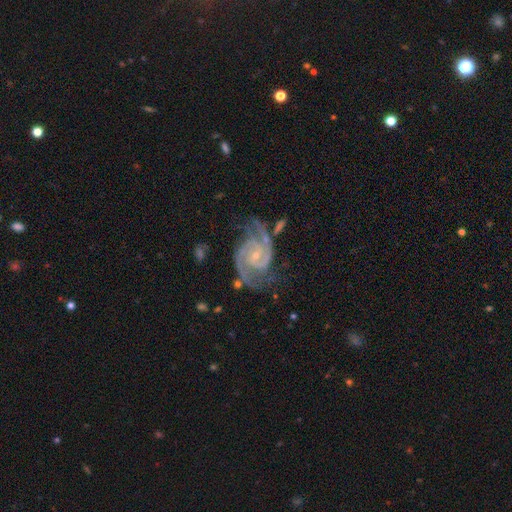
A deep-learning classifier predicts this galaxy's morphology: smooth-or-featured: featured or disk: 93% | star or artifact: 4% | smooth: 2%
  disk-edge-on: no: 98% | yes: 2%
    bar: no: 60% | weak: 30% | strong: 10%
    has-spiral-arms: yes: 99% | no: 1%
      spiral-winding: medium: 47% | tight: 46% | loose: 7%
      spiral-arm-count: 2: 76% | 3: 13% | can't tell: 3% | 4: 3% | 1: 2% | more than 4: 2%
    bulge-size: small: 76% | moderate: 20% | none: 2% | large: 1% | dominant: 1%
  merging: none: 62% | minor disturbance: 22% | major disturbance: 10% | merger: 5%